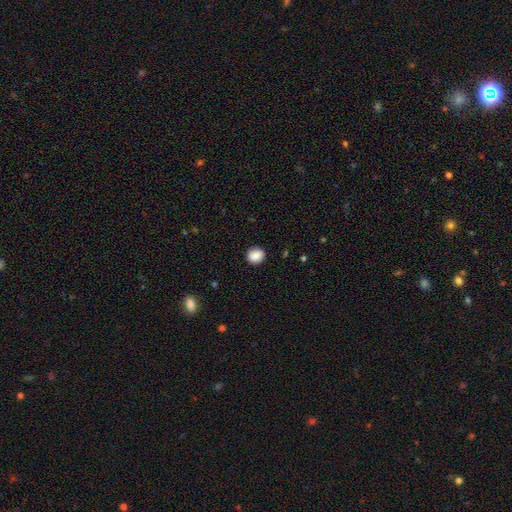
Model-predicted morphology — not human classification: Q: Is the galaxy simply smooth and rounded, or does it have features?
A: smooth — 87%.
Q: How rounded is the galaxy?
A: round — 77%.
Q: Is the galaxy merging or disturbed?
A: none — 89%.